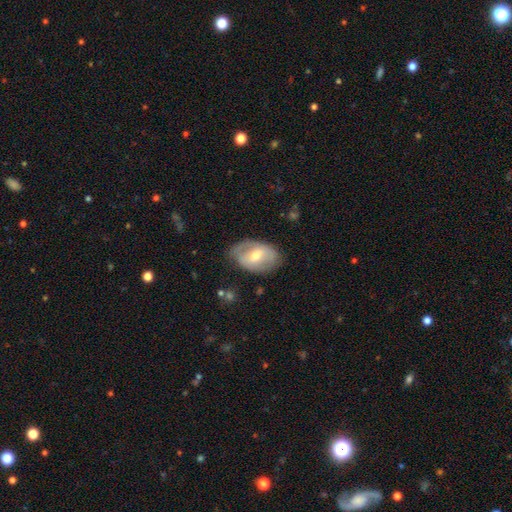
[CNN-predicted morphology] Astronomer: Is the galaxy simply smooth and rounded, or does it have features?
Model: featured or disk — 51% (runner-up: smooth, 42%).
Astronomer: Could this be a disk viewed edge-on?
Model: no — 92%.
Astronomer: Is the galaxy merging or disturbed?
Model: none — 68%.